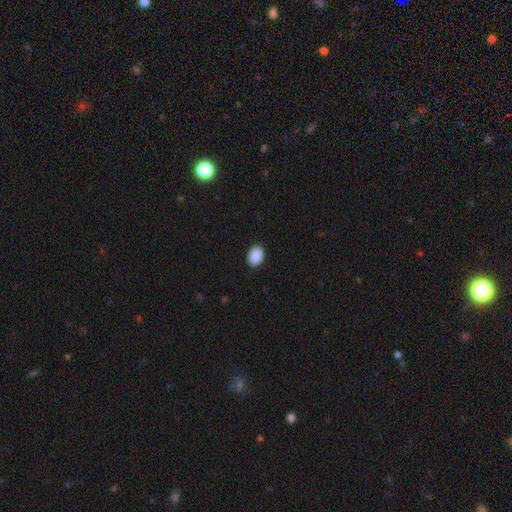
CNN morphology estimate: A smooth galaxy with no disk features (90%) that is in between round and cigar-shaped (70%).

Vote fractions:
- Smooth or featured? smooth: 90% / star or artifact: 7% / featured or disk: 2%
- How rounded? in between: 70% / round: 29% / cigar-shaped: 1%
- Merging? none: 89% / minor disturbance: 8% / major disturbance: 2% / merger: 1%